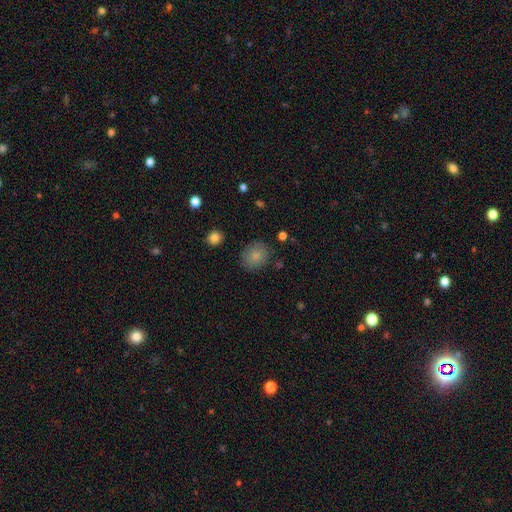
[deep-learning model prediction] The model was most divided on "how rounded": round: 71%, in between: 28%, cigar-shaped: 1%. More confident: merging — none (83%); smooth or featured — smooth (82%).